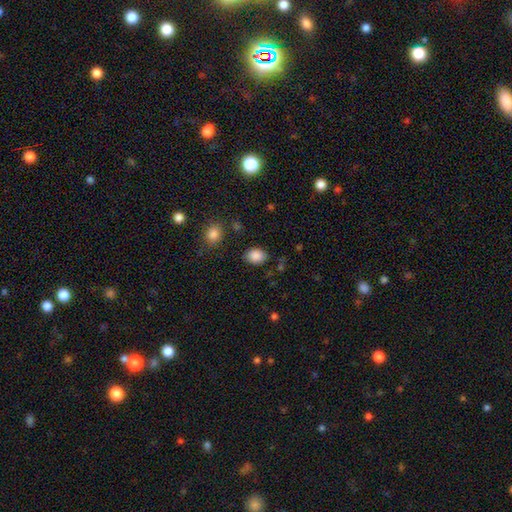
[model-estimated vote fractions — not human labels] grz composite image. It shows a smooth galaxy with no disk features (87%) that is in between round and cigar-shaped (68%). Merging: none (82%).